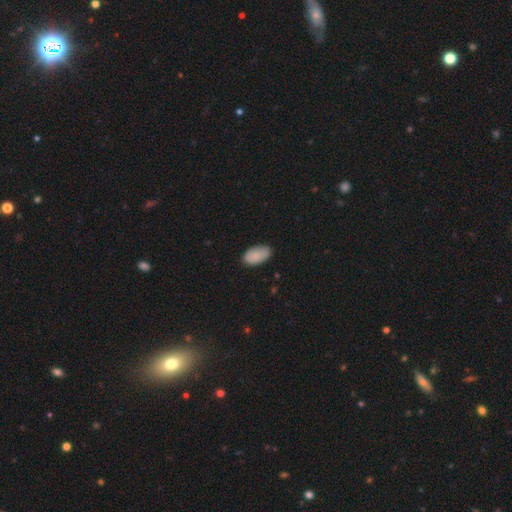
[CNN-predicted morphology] Overall: smooth (88%). How rounded: in between (95%). Merging: none (80%).